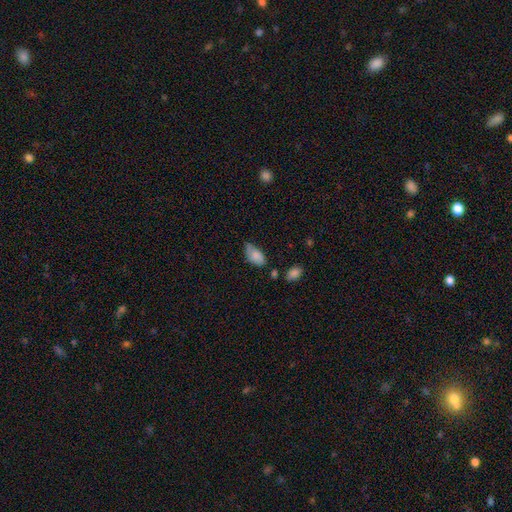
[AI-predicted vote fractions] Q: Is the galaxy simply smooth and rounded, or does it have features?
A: smooth — 80%.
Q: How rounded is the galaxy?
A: in between — 93%.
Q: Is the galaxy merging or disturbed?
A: none — 46%.